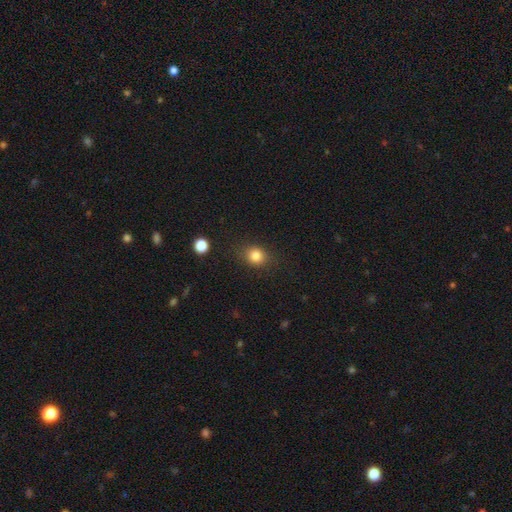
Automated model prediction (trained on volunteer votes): Smooth or featured? smooth (83%)
How rounded? round (72%)
Merging? none (83%)